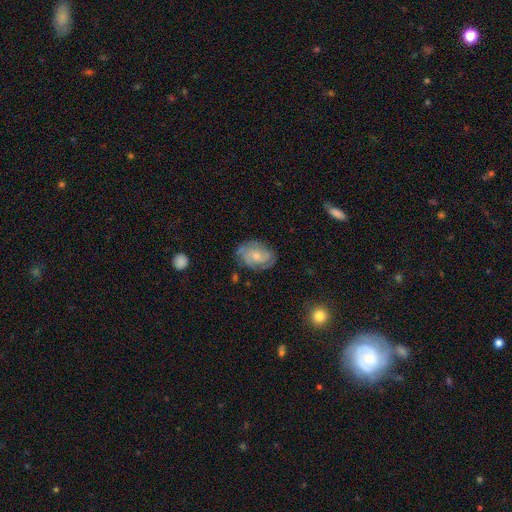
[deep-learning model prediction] A featured or disk galaxy (63%) with no bar (72%), tight (52%) spiral arms (87%) and a small central bulge (60%). Merging: none (73%).